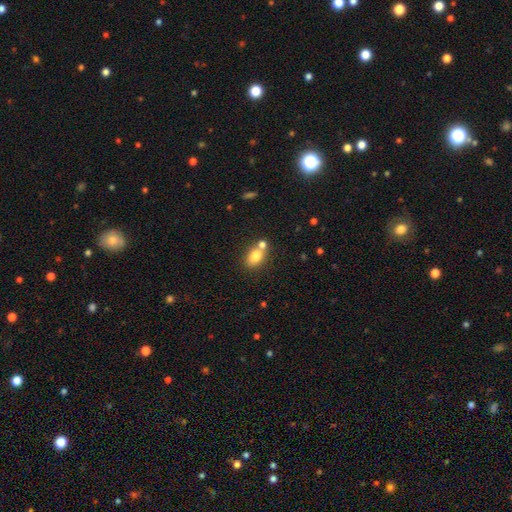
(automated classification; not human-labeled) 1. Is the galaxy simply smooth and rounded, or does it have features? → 79% smooth, 11% featured or disk, 10% star or artifact.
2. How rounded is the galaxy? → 74% in between, 24% round, 2% cigar-shaped.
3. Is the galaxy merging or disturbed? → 54% none, 31% merger, 11% minor disturbance, 4% major disturbance.